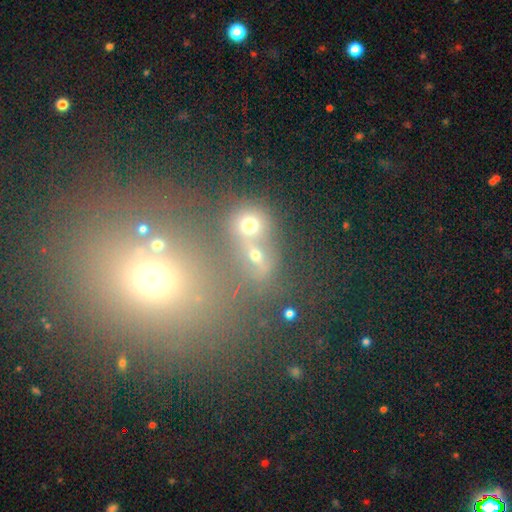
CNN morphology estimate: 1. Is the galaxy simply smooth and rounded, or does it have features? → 54% smooth, 29% star or artifact, 17% featured or disk.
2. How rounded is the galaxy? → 63% round, 33% in between, 4% cigar-shaped.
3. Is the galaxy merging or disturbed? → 48% merger, 38% none, 8% minor disturbance, 6% major disturbance.